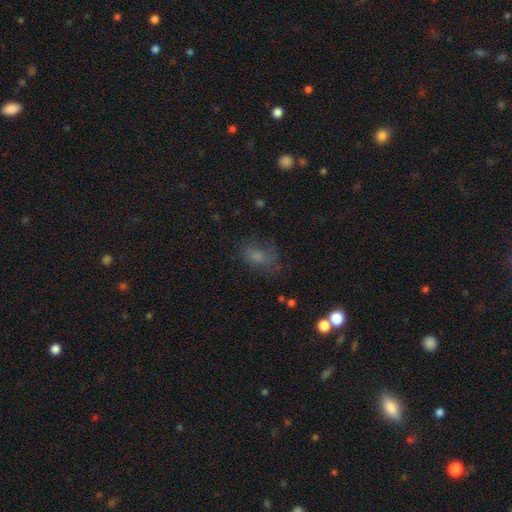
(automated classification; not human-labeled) Smooth or featured? smooth (63%)
How rounded? in between (76%)
Merging? none (53%)